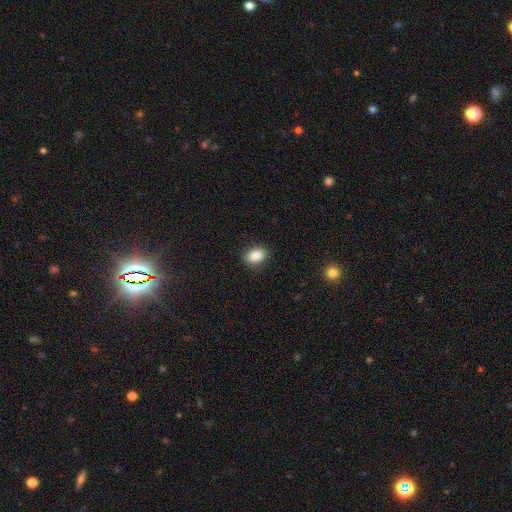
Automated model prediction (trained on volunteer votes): Smooth or featured? smooth (86%)
How rounded? in between (75%)
Merging? none (87%)